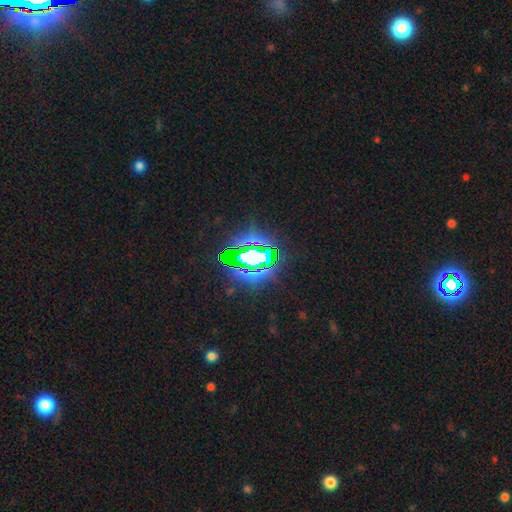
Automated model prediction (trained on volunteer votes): A star or artifact, not a galaxy (73%).

Vote fractions:
- Smooth or featured? star or artifact: 73% / featured or disk: 14% / smooth: 13%